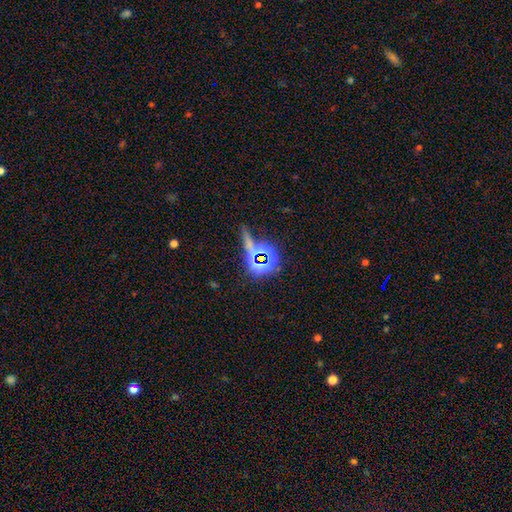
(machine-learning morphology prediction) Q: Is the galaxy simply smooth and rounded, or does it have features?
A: star or artifact — 74%.